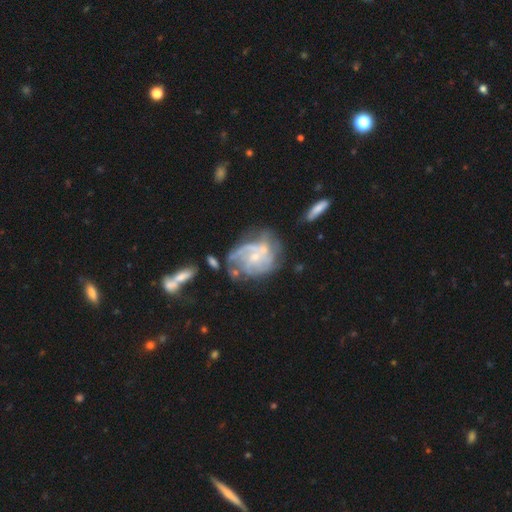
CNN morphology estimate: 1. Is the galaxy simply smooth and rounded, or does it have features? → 77% featured or disk, 15% smooth, 8% star or artifact.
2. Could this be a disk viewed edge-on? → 98% no, 2% yes.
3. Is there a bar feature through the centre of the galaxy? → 72% no, 24% weak, 4% strong.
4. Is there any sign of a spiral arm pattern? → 78% yes, 22% no.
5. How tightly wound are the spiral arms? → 42% tight, 37% medium, 21% loose.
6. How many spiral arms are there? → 41% can't tell, 20% 3, 19% 2, 8% 4, 7% 1, 5% more than 4.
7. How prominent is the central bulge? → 66% small, 23% moderate, 9% none, 2% large, 1% dominant.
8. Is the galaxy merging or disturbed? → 39% none, 24% major disturbance, 22% minor disturbance, 16% merger.